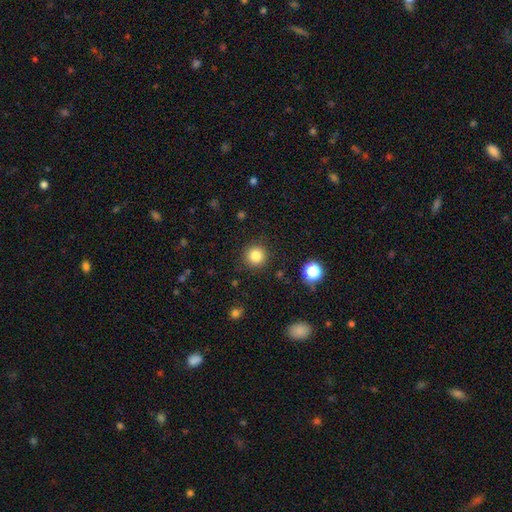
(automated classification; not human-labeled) Smooth or featured? Predicted: smooth (p=0.83). How rounded? Predicted: round (p=0.94). Merging? Predicted: none (p=0.89).